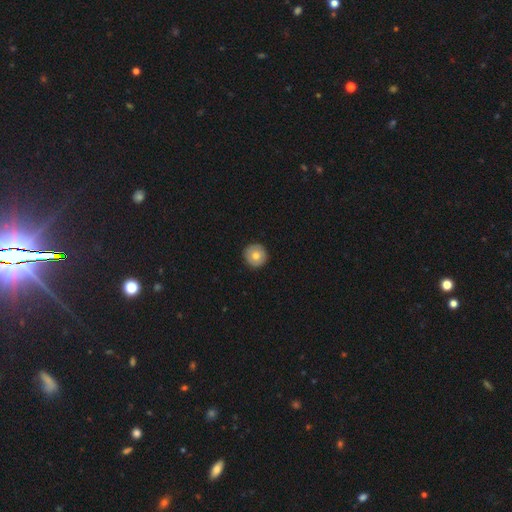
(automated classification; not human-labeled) This is likely a smooth galaxy (73%). How rounded: clearly round (95%). Merging: clearly none (91%).